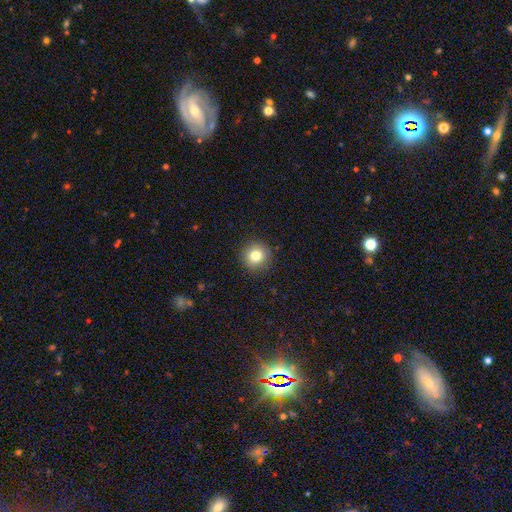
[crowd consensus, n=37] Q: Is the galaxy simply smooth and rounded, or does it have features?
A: smooth — 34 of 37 (92%).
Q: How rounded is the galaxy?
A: round — 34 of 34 (100%).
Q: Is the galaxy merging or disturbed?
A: none — 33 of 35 (94%).